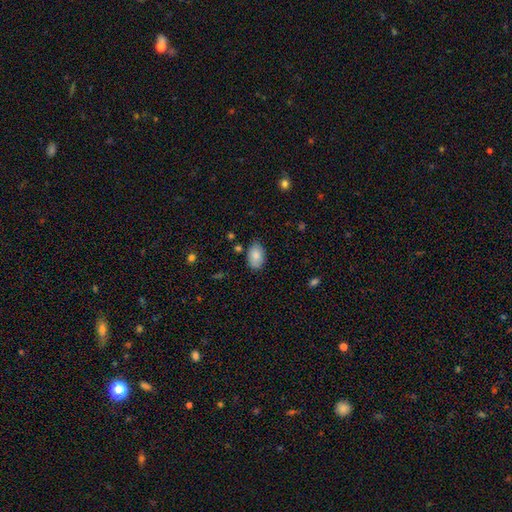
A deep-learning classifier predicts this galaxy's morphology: Overall: smooth (86%). How rounded: in between (89%). Merging: none (79%).